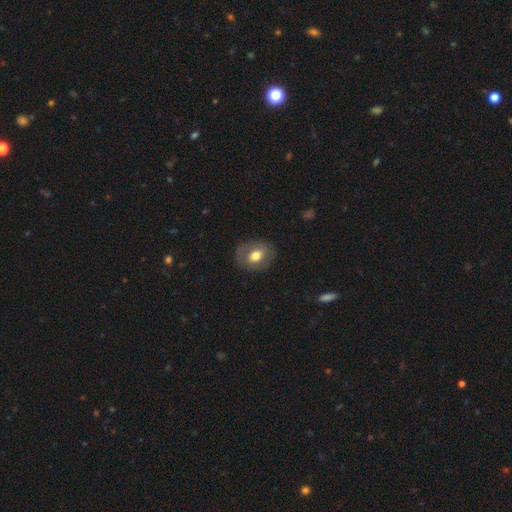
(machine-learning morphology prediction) A smooth galaxy with no disk features (67%) that is in between round and cigar-shaped (51%). Merging: none (82%).